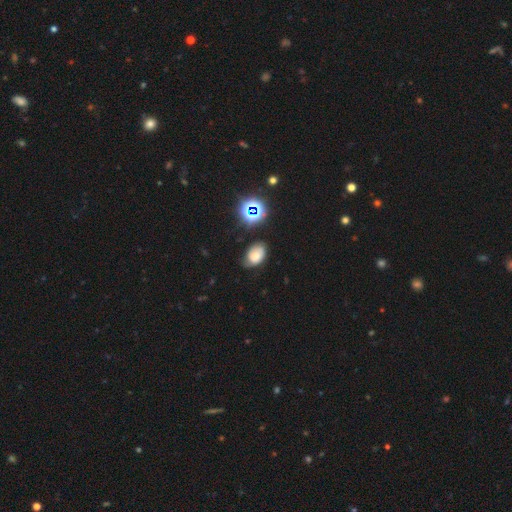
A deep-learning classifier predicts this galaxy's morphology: Smooth or featured?
  - smooth: 63% *
  - featured or disk: 20%
  - star or artifact: 17%
How rounded?
  - in between: 80% *
  - round: 19%
  - cigar-shaped: 1%
Merging?
  - none: 57% *
  - minor disturbance: 32%
  - major disturbance: 8%
  - merger: 3%